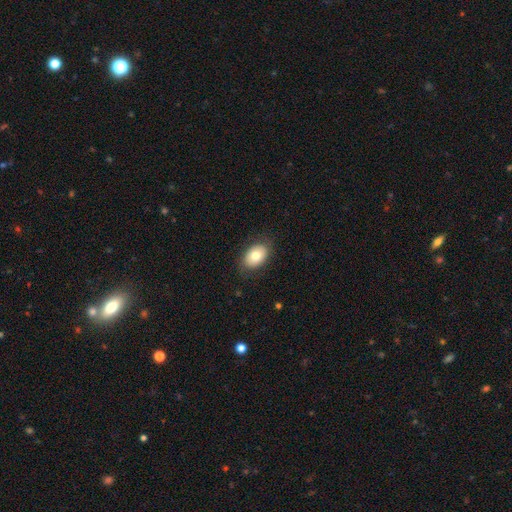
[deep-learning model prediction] This is likely a smooth galaxy (78%). How rounded: clearly in between (87%). Merging: clearly none (83%).